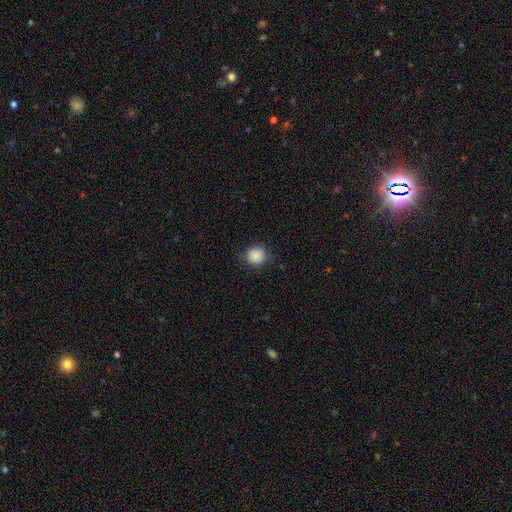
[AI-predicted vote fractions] This is clearly a smooth galaxy (88%). How rounded: clearly round (89%). Merging: clearly none (83%).